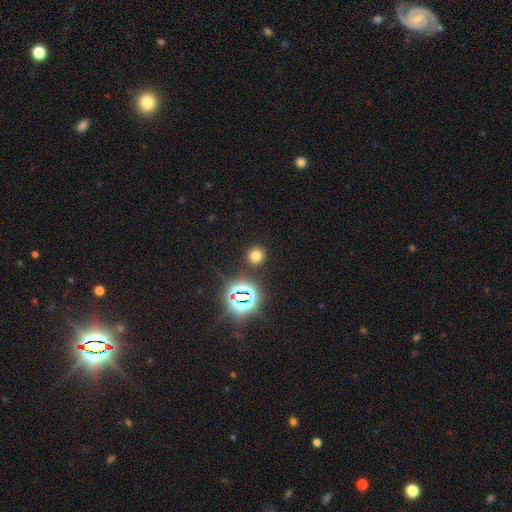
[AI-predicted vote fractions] smooth_or_featured: smooth (p=0.67) [alt: star or artifact p=0.26]
how_rounded: round (p=0.90) [alt: in between p=0.09]
merging: none (p=0.88) [alt: minor disturbance p=0.06]